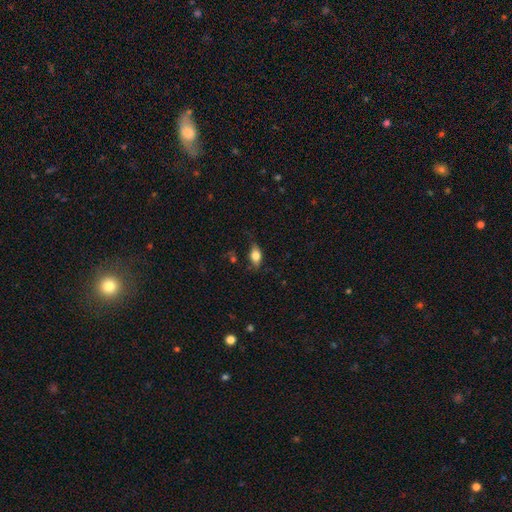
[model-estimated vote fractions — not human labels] A smooth galaxy with no disk features (73%) that is in between round and cigar-shaped (82%).

Vote fractions:
- Smooth or featured? smooth: 73% / featured or disk: 19% / star or artifact: 8%
- How rounded? in between: 82% / round: 10% / cigar-shaped: 8%
- Merging? none: 65% / minor disturbance: 25% / major disturbance: 8% / merger: 2%